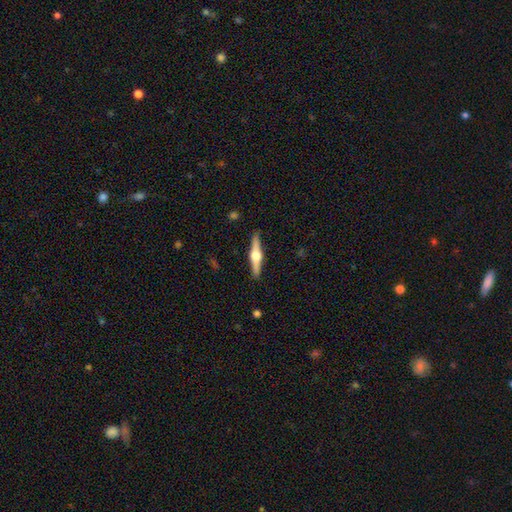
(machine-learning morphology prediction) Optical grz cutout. It shows a featured or disk galaxy (76%) viewed edge-on (98%) with a rounded central bulge (95%). Merging: none (91%).